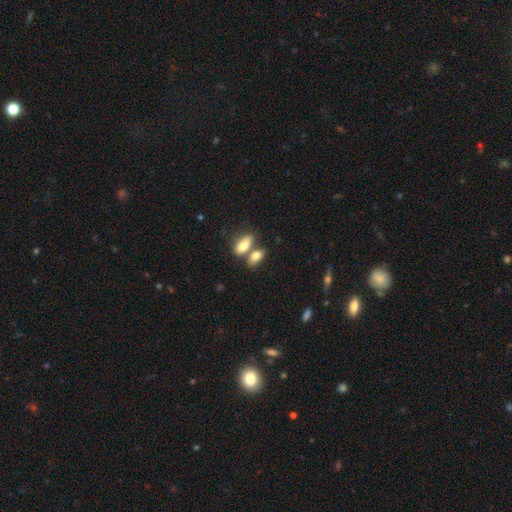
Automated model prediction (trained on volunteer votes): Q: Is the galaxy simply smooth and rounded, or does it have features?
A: smooth — 80%.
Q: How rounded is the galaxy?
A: in between — 84%.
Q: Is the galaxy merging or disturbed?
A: merger — 43%, tied with none.